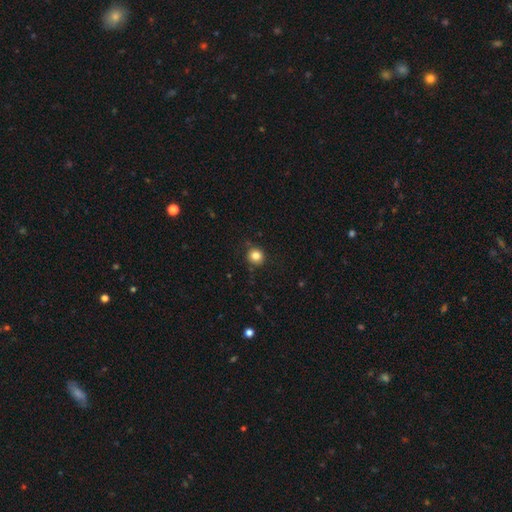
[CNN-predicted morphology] A smooth galaxy with no disk features (83%) that is round (92%).

Vote fractions:
- Smooth or featured? smooth: 83% / star or artifact: 11% / featured or disk: 6%
- How rounded? round: 92% / in between: 7% / cigar-shaped: 1%
- Merging? none: 85% / minor disturbance: 11% / major disturbance: 3% / merger: 1%